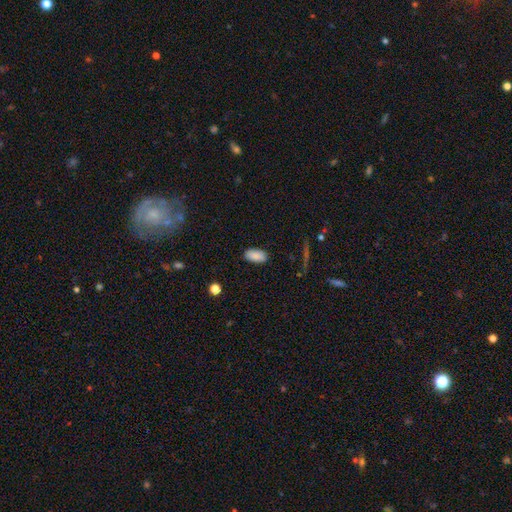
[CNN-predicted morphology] Smooth or featured?
  - smooth: 88% *
  - star or artifact: 8%
  - featured or disk: 4%
How rounded?
  - in between: 94% *
  - cigar-shaped: 3%
  - round: 3%
Merging?
  - none: 87% *
  - minor disturbance: 10%
  - major disturbance: 2%
  - merger: 1%